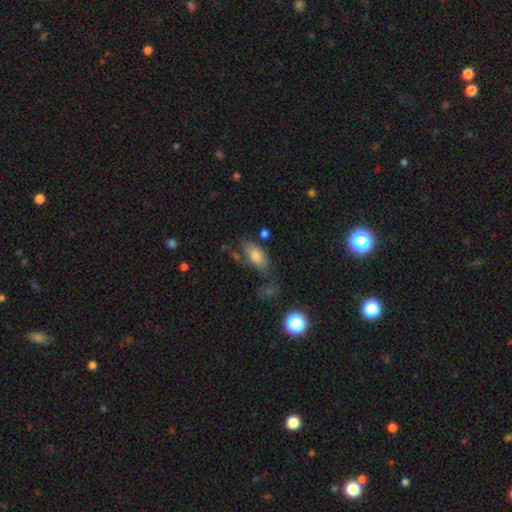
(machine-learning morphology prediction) A smooth galaxy with no disk features (71%) that is in between round and cigar-shaped (86%). Merging: none (54%).